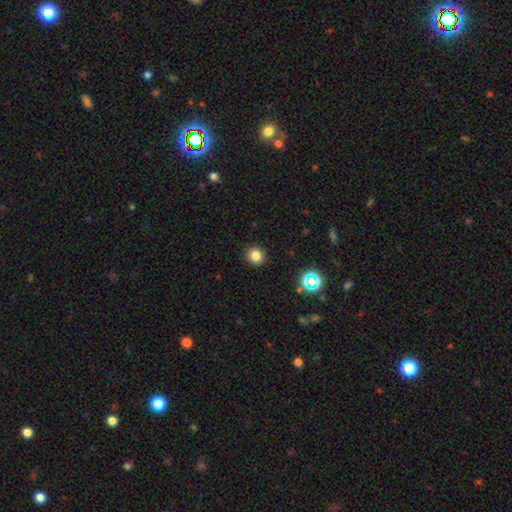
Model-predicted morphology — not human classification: This appears to be a smooth galaxy with no disk features (80%) that is round (91%). Merging: none (91%).